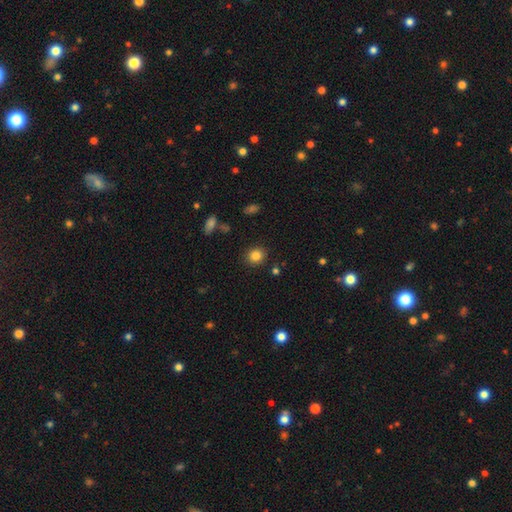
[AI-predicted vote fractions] smooth_or_featured: smooth (p=0.84) [alt: star or artifact p=0.11]
how_rounded: round (p=0.83) [alt: in between p=0.17]
merging: none (p=0.88) [alt: minor disturbance p=0.07]